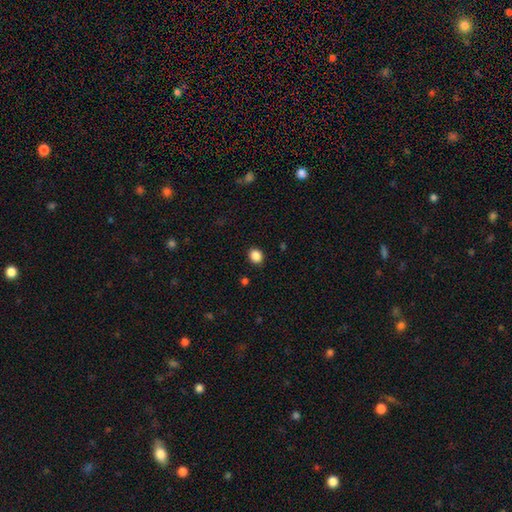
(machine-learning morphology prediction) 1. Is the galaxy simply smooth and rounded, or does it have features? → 87% smooth, 10% star or artifact, 3% featured or disk.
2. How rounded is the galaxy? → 67% round, 32% in between, 1% cigar-shaped.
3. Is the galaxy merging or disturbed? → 90% none, 7% minor disturbance, 2% major disturbance, 1% merger.